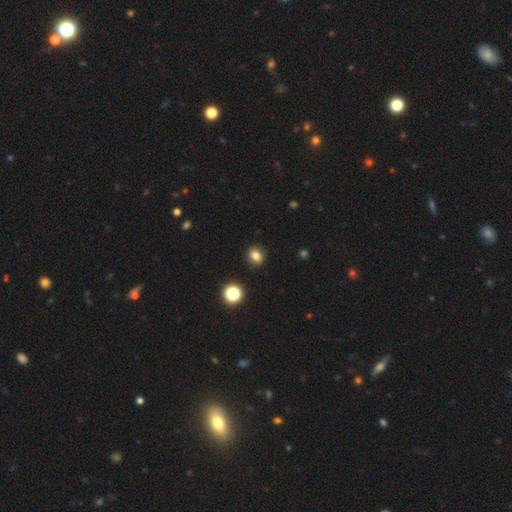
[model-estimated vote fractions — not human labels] Overall: smooth (81%). How rounded: round (60%; in between 39%). Merging: none (89%).